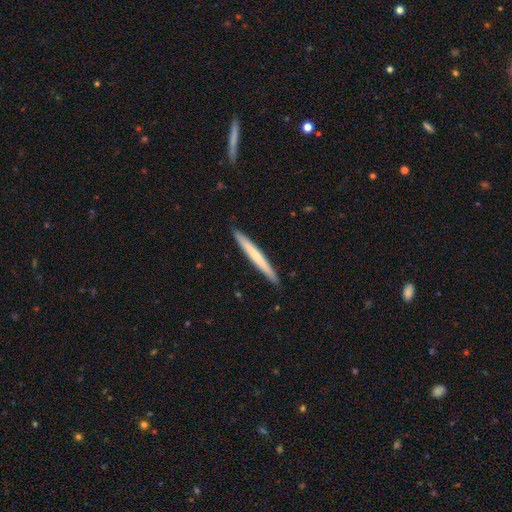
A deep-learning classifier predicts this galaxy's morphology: Smooth or featured: smooth — 57% (featured or disk — 38%)
How rounded: cigar-shaped — 97% (in between — 2%)
Merging: none — 92% (minor disturbance — 6%)